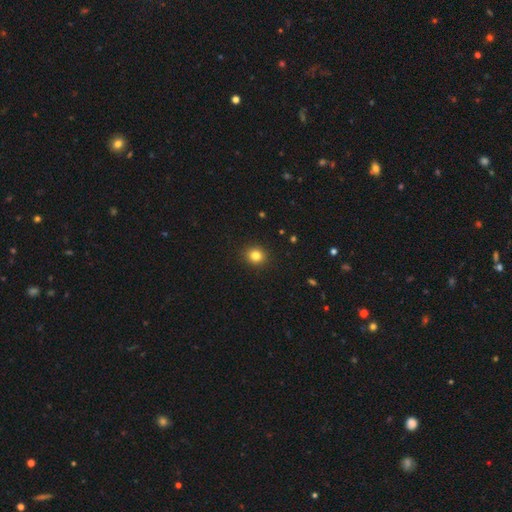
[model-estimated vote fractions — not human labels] This appears to be a smooth galaxy with no disk features (82%) that is round (84%). Merging: none (92%).